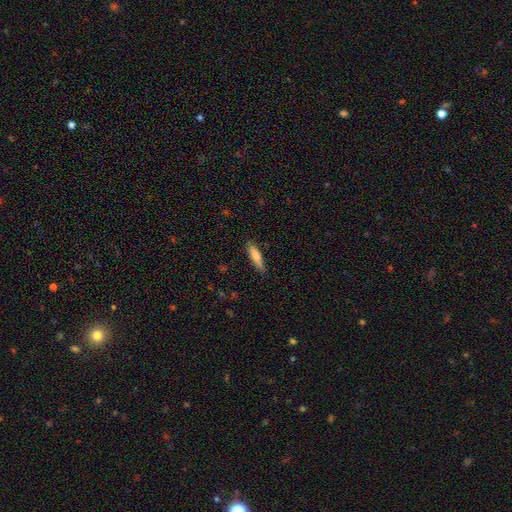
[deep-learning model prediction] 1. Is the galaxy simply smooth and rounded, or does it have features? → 75% smooth, 19% featured or disk, 6% star or artifact.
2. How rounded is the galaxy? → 77% cigar-shaped, 22% in between, 2% round.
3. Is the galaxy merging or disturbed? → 86% none, 11% minor disturbance, 2% major disturbance, 1% merger.